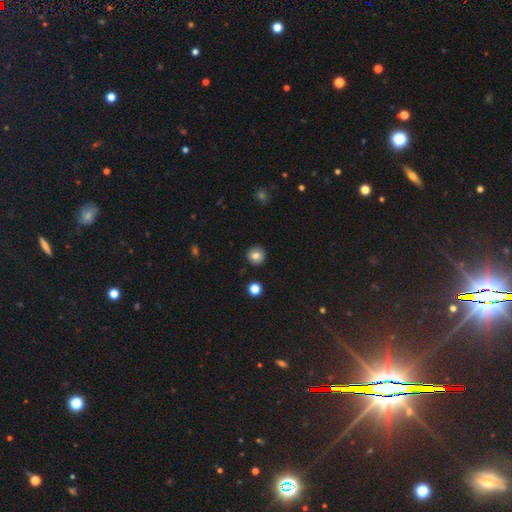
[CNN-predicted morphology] Smooth or featured?
  - smooth: 81% *
  - star or artifact: 10%
  - featured or disk: 9%
How rounded?
  - round: 93% *
  - in between: 6%
  - cigar-shaped: 1%
Merging?
  - none: 90% *
  - minor disturbance: 6%
  - major disturbance: 2%
  - merger: 2%